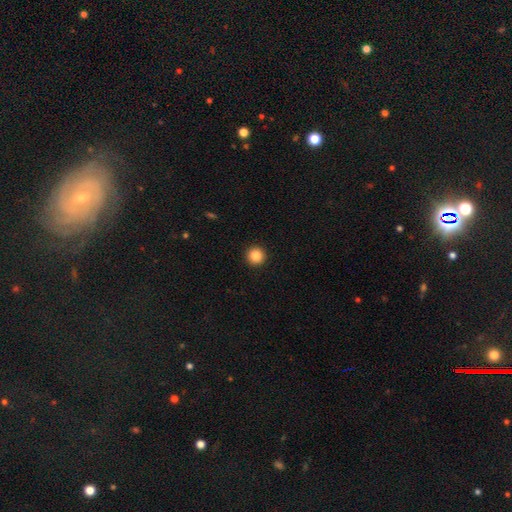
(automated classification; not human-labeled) Overall: smooth (86%). How rounded: round (96%). Merging: none (94%).